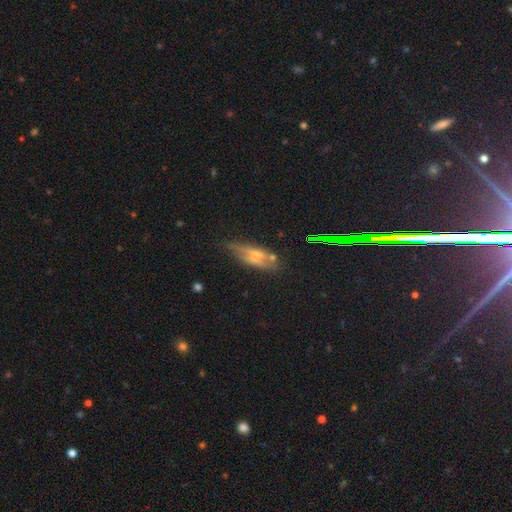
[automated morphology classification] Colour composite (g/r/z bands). It shows a featured or disk galaxy (49%). Merging: none (59%).